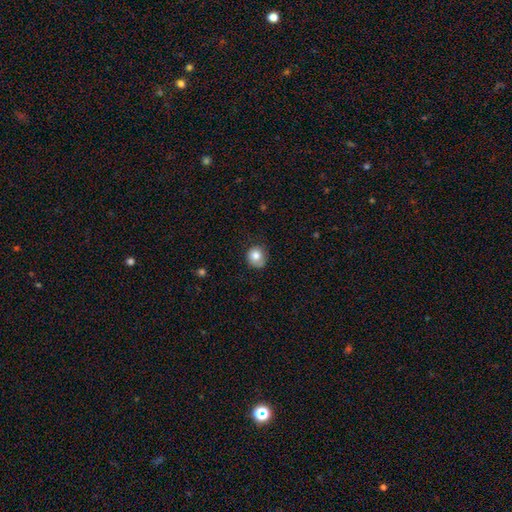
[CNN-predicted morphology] Smooth or featured?
  - smooth: 79% *
  - featured or disk: 12%
  - star or artifact: 9%
How rounded?
  - round: 78% *
  - in between: 22%
  - cigar-shaped: 1%
Merging?
  - none: 64% *
  - minor disturbance: 27%
  - major disturbance: 8%
  - merger: 2%